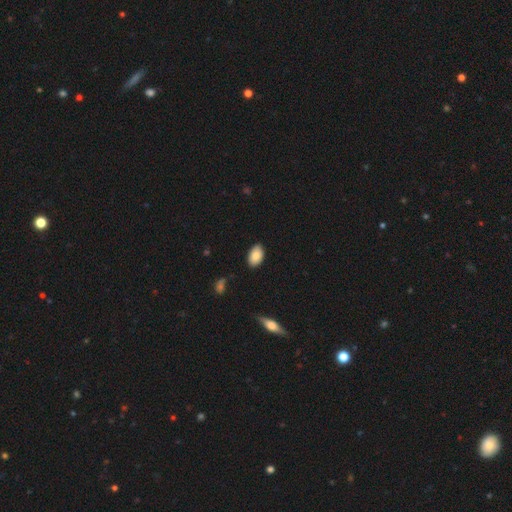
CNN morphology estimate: Smooth or featured? Predicted: smooth (p=0.86). How rounded? Predicted: in between (p=0.92). Merging? Predicted: none (p=0.86).